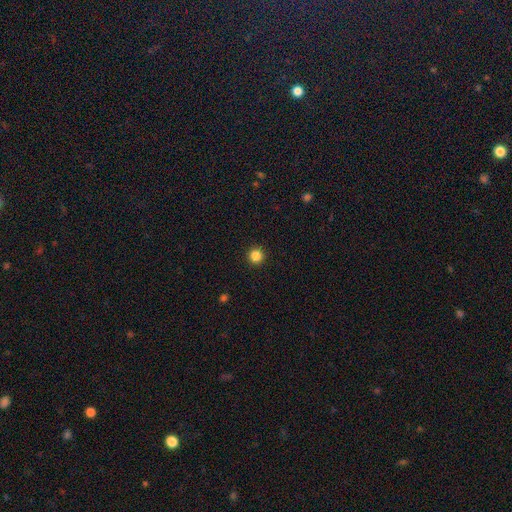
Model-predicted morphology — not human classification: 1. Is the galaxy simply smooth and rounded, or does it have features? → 85% smooth, 11% star or artifact, 4% featured or disk.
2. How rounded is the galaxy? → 96% round, 3% in between, 1% cigar-shaped.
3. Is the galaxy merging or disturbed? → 94% none, 4% minor disturbance, 1% major disturbance, 1% merger.